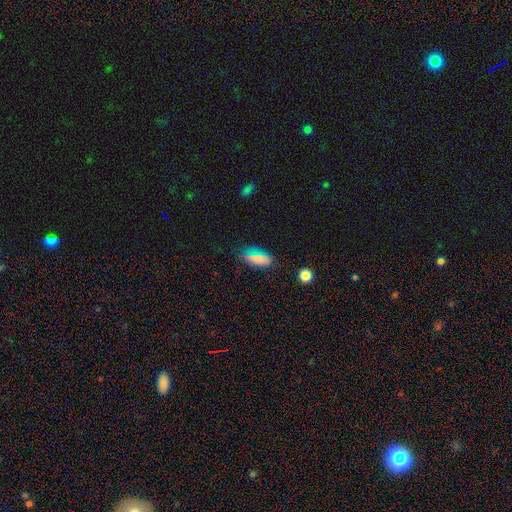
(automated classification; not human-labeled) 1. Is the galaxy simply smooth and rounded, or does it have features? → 69% smooth, 17% featured or disk, 14% star or artifact.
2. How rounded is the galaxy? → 72% in between, 24% cigar-shaped, 5% round.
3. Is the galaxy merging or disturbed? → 75% none, 19% minor disturbance, 4% major disturbance, 2% merger.